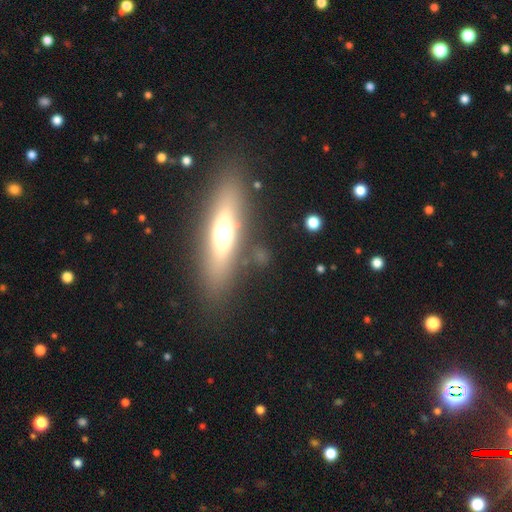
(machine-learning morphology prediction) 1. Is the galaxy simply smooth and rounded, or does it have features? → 45% smooth, 44% featured or disk, 10% star or artifact.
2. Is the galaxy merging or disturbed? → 83% none, 10% minor disturbance, 5% major disturbance, 2% merger.